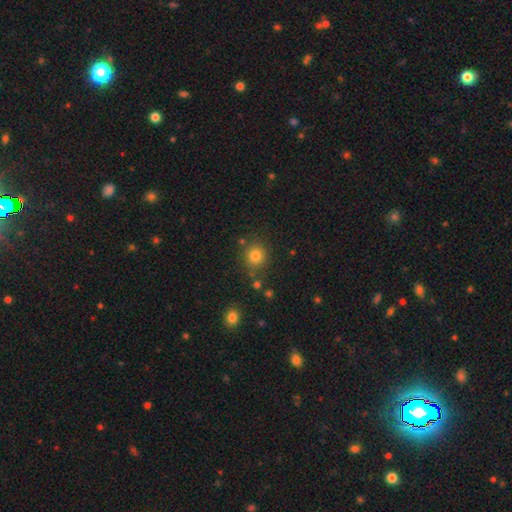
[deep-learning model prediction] Morphology: type=smooth (81%); roundness=round (88%); merging=none (78%).